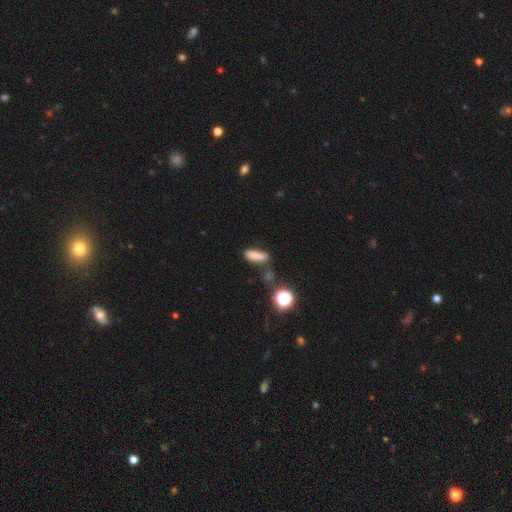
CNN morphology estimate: This appears to be a smooth galaxy with no disk features (76%) that is cigar-shaped (56%). Merging: none (59%).